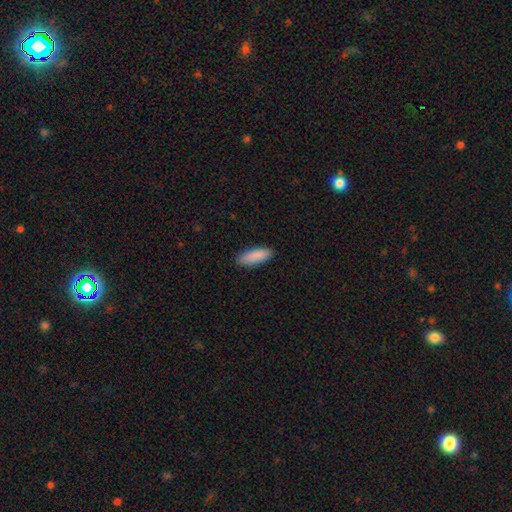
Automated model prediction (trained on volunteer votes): Morphology: type=smooth (89%); roundness=in between (60%); merging=none (88%).